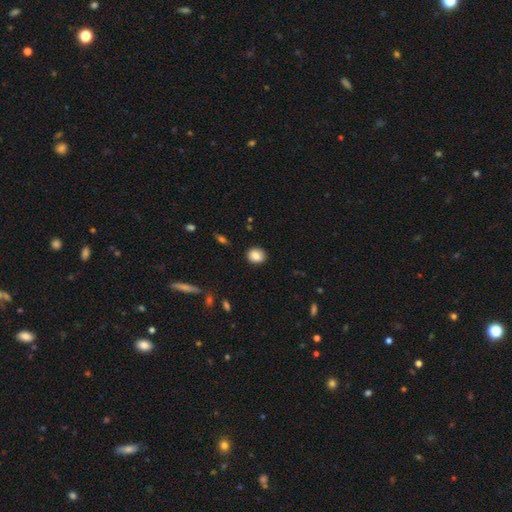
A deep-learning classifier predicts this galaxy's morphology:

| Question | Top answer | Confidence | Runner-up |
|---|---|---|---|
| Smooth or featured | smooth | 83% | featured or disk (9%) |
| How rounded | round | 63% | in between (35%) |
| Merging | none | 89% | minor disturbance (8%) |